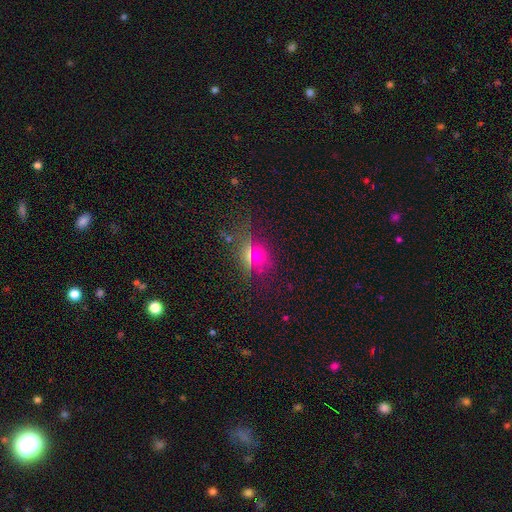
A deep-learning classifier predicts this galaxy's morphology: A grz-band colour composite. It shows a smooth galaxy with no disk features (55%) that is round (61%). Merging: none (74%).